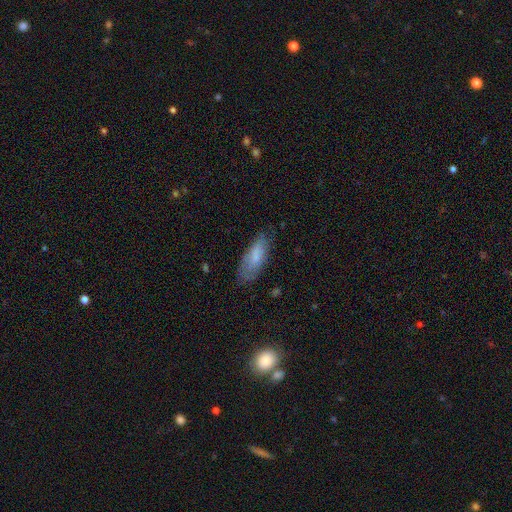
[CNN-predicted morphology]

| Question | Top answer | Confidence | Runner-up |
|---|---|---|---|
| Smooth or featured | smooth | 75% | featured or disk (19%) |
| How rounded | in between | 71% | cigar-shaped (28%) |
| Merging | none | 68% | minor disturbance (24%) |